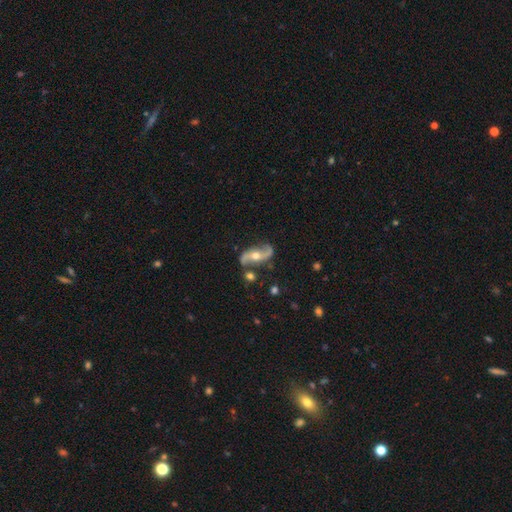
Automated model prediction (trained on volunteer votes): Smooth or featured: featured or disk — 87% (smooth — 8%)
Edge-on disk: no — 94% (yes — 6%)
Bar: no — 60% (weak — 23%)
Spiral arms: yes — 95% (no — 5%)
Spiral winding: loose — 75% (medium — 19%)
Spiral arm count: 2 — 94% (can't tell — 2%)
Bulge size: moderate — 71% (small — 23%)
Merging: none — 75% (minor disturbance — 14%)